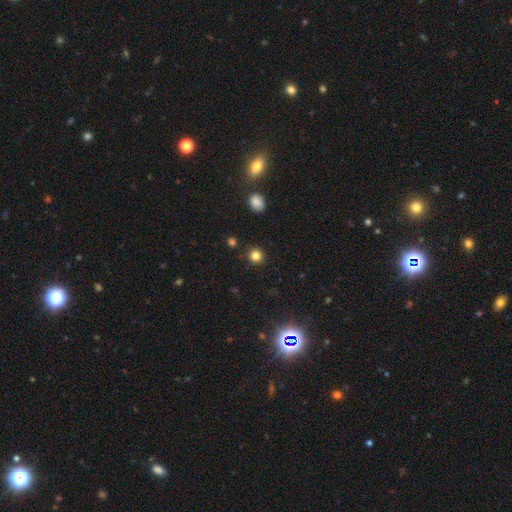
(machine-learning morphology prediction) type=smooth (82%); roundness=round (93%); merging=none (91%).